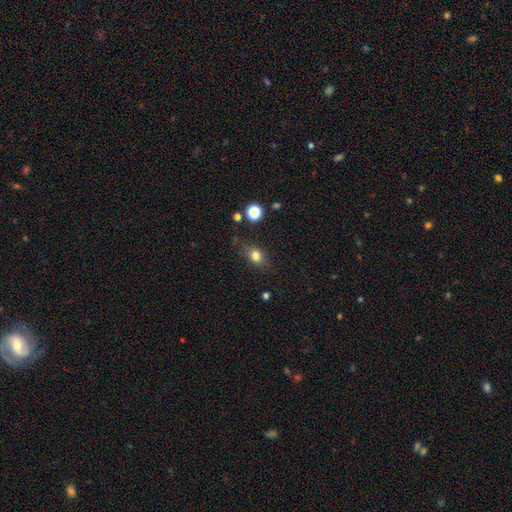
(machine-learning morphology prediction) Smooth or featured: smooth — 78% (star or artifact — 11%)
How rounded: in between — 61% (round — 35%)
Merging: none — 74% (minor disturbance — 18%)